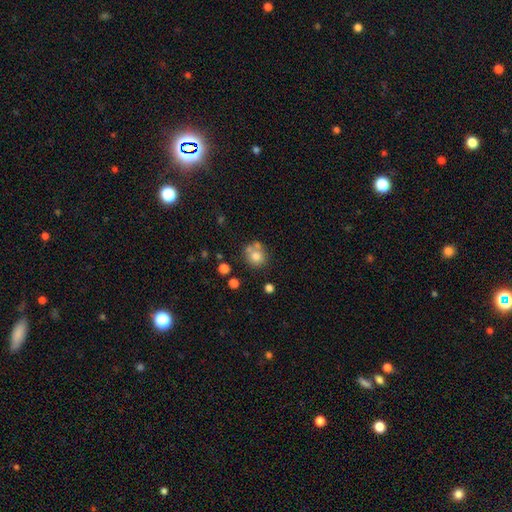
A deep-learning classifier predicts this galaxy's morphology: smooth_or_featured: smooth (p=0.76) [alt: featured or disk p=0.12]
how_rounded: round (p=0.84) [alt: in between p=0.15]
merging: none (p=0.57) [alt: merger p=0.24]